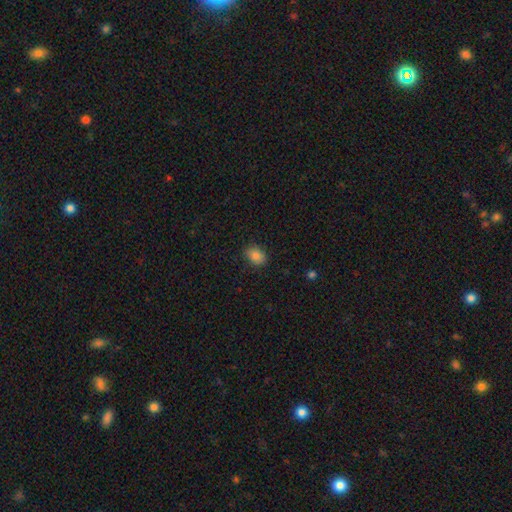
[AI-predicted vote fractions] Smooth or featured? Predicted: smooth (p=0.86). How rounded? Predicted: in between (p=0.73). Merging? Predicted: none (p=0.86).